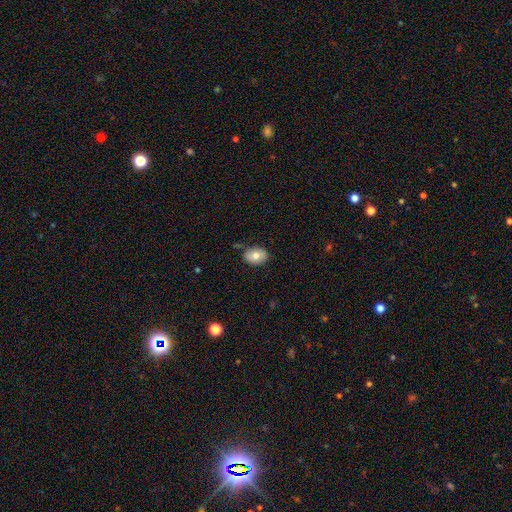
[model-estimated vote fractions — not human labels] This is likely a smooth galaxy (77%). How rounded: likely in between (75%). Merging: clearly none (81%).